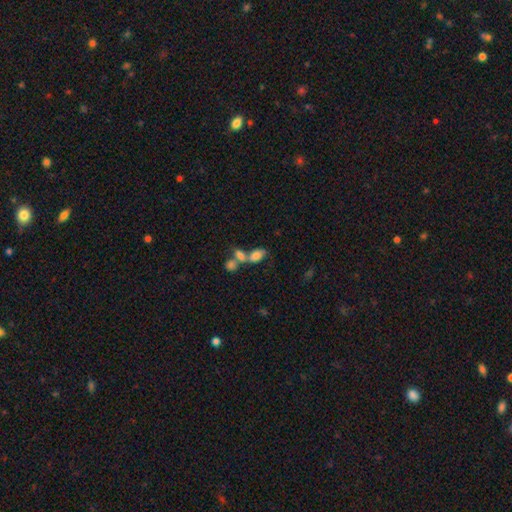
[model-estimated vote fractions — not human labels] A smooth galaxy with no disk features (72%) that is in between round and cigar-shaped (87%). Merging: merger (58%).